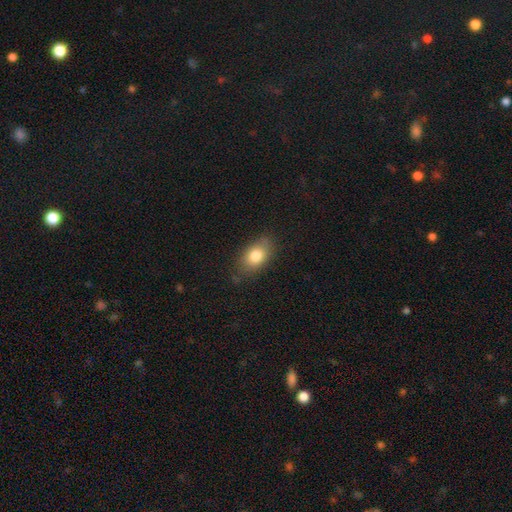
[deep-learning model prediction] smooth 80%, featured or disk 12%, star or artifact 8%. Down the decision tree: how rounded — in between (86%); merging — none (76%).